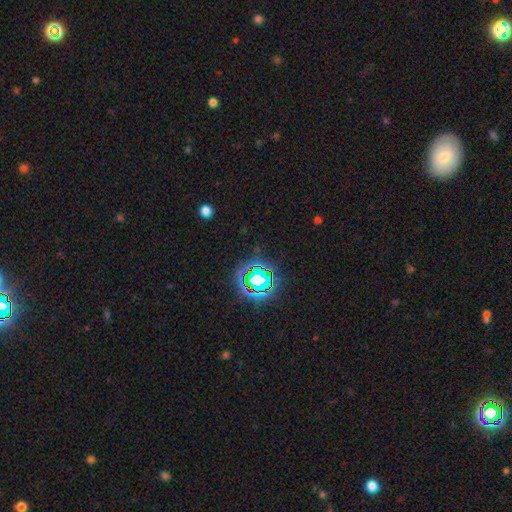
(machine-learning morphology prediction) A star or artifact, not a galaxy (78%).

Vote fractions:
- Smooth or featured? star or artifact: 78% / smooth: 14% / featured or disk: 8%